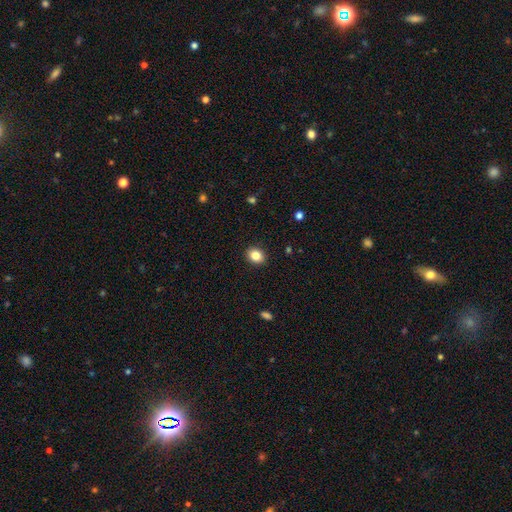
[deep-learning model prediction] Smooth or featured: smooth — 84% (star or artifact — 10%)
How rounded: round — 53% (in between — 46%)
Merging: none — 91% (minor disturbance — 6%)